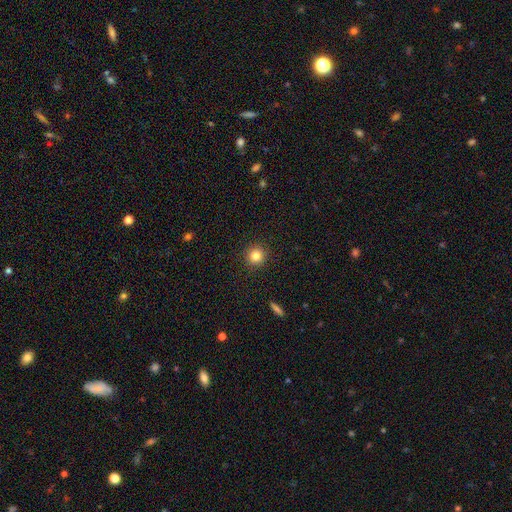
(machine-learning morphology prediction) A smooth galaxy with no disk features (82%) that is round (94%).

Vote fractions:
- Smooth or featured? smooth: 82% / star or artifact: 11% / featured or disk: 6%
- How rounded? round: 94% / in between: 5% / cigar-shaped: 1%
- Merging? none: 92% / minor disturbance: 5% / major disturbance: 2% / merger: 1%